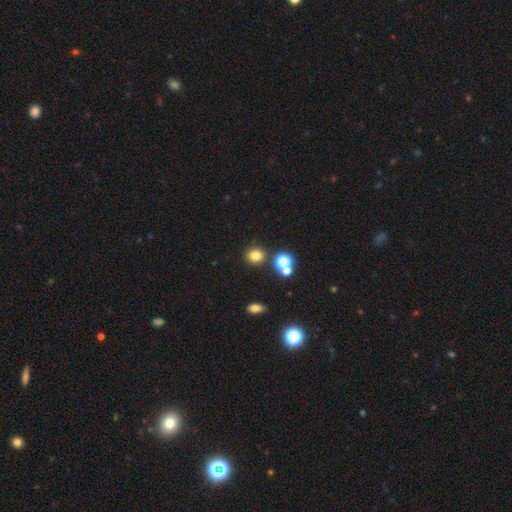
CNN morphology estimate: Smooth or featured?
  - smooth: 77% *
  - star or artifact: 17%
  - featured or disk: 6%
How rounded?
  - round: 81% *
  - in between: 18%
  - cigar-shaped: 1%
Merging?
  - none: 80% *
  - minor disturbance: 9%
  - merger: 8%
  - major disturbance: 3%